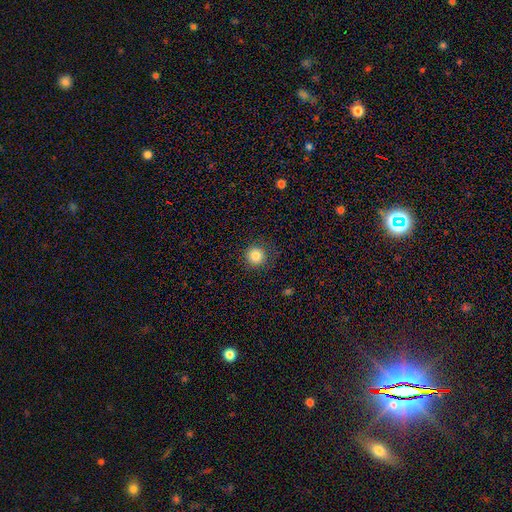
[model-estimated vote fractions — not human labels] Smooth or featured? smooth (84%)
How rounded? round (94%)
Merging? none (86%)